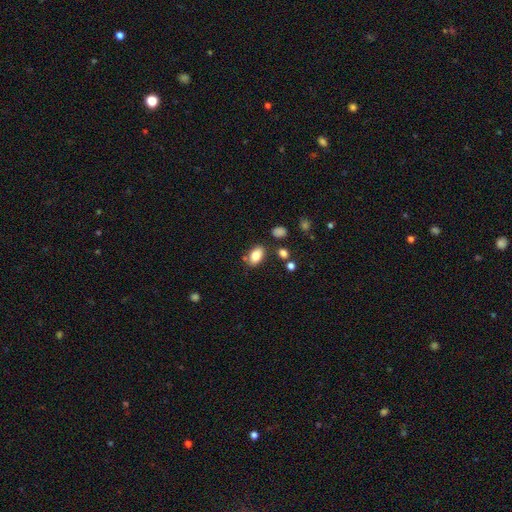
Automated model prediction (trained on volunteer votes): Smooth or featured? Predicted: smooth (p=0.82). How rounded? Predicted: in between (p=0.90). Merging? Predicted: none (p=0.77).